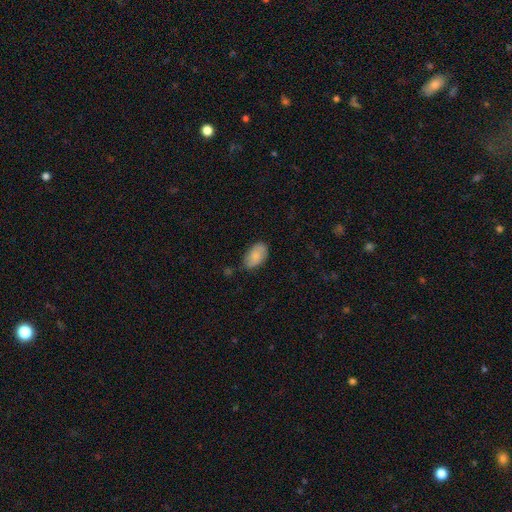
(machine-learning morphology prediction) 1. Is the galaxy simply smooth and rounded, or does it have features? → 81% smooth, 13% featured or disk, 6% star or artifact.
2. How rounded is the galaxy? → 93% in between, 5% round, 2% cigar-shaped.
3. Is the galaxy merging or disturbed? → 74% none, 20% minor disturbance, 4% major disturbance, 2% merger.